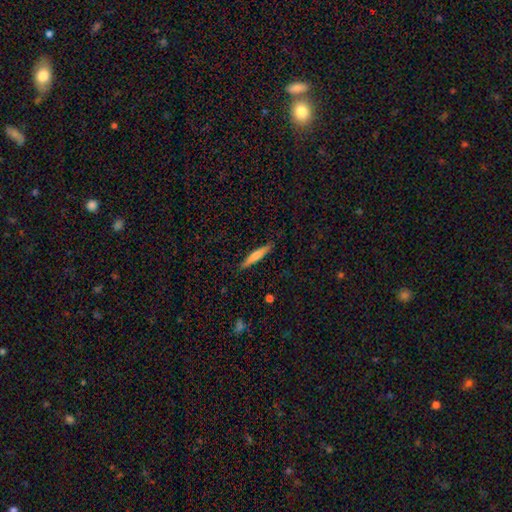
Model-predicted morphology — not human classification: smooth-or-featured: smooth: 64% | featured or disk: 30% | star or artifact: 6%
  how-rounded: cigar-shaped: 92% | in between: 7% | round: 1%
  merging: none: 89% | minor disturbance: 8% | major disturbance: 2% | merger: 1%